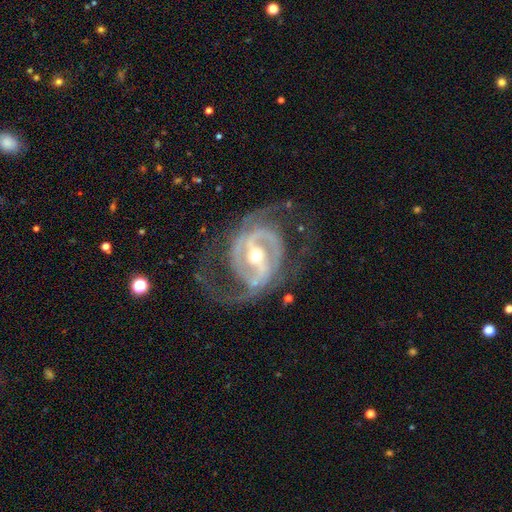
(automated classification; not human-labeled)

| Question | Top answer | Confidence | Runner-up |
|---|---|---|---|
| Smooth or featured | featured or disk | 92% | star or artifact (5%) |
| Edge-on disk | no | 97% | yes (3%) |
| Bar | strong | 60% | weak (30%) |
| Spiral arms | yes | 97% | no (3%) |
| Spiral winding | medium | 51% | tight (33%) |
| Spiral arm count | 2 | 73% | 3 (12%) |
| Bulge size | moderate | 51% | small (44%) |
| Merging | none | 64% | major disturbance (18%) |